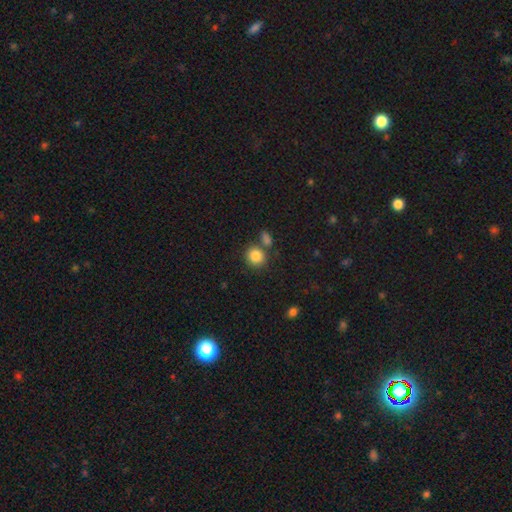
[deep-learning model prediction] A smooth galaxy with no disk features (85%) that is round (85%). Merging: none (67%).